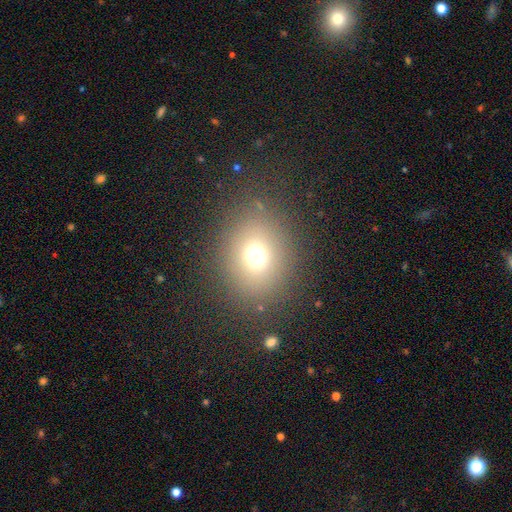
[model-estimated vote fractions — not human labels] A smooth galaxy with no disk features (69%) that is round (72%). Merging: none (83%).